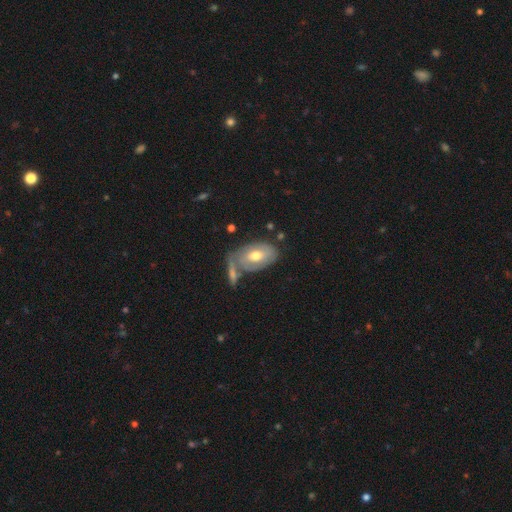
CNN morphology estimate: The model was most divided on "smooth or featured" (2-way tie): featured or disk: 47%, smooth: 47%, star or artifact: 6%. More confident: merging — none (51%).